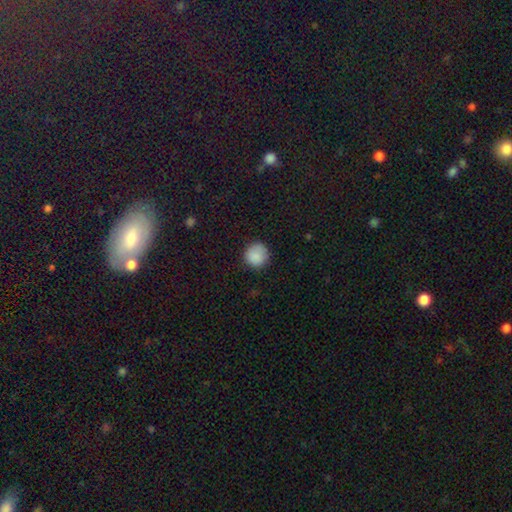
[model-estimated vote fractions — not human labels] smooth 88%, star or artifact 8%, featured or disk 4%. Down the decision tree: how rounded — round (93%); merging — none (85%).